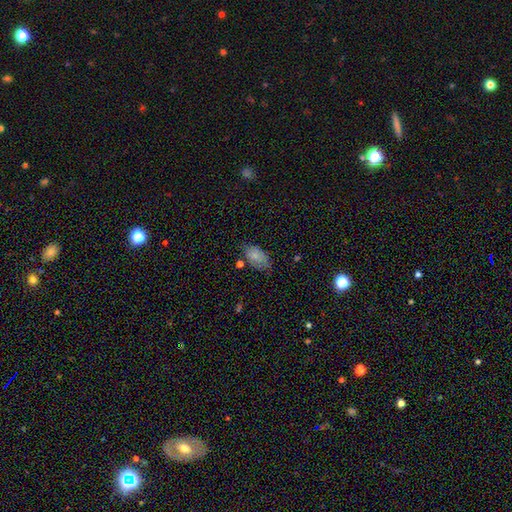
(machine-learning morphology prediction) This appears to be a smooth galaxy with no disk features (76%) that is in between round and cigar-shaped (91%). Merging: none (61%).